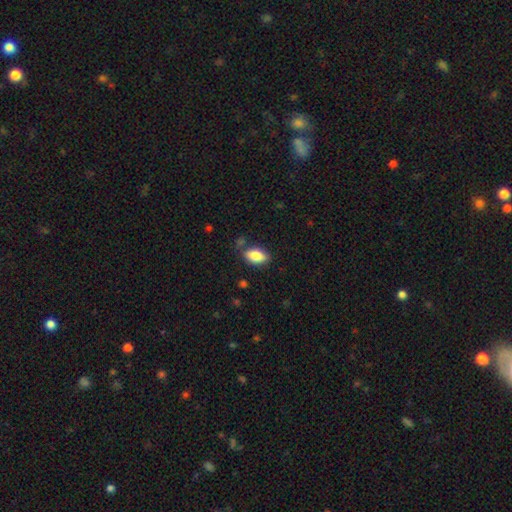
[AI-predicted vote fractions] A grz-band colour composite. It shows a smooth galaxy with no disk features (83%) that is in between round and cigar-shaped (91%). Merging: none (76%).